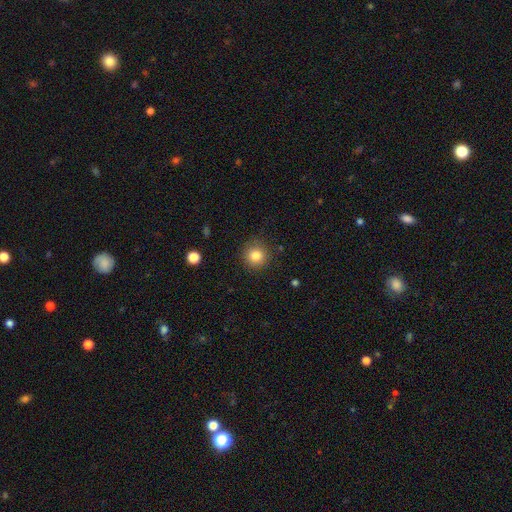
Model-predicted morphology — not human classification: Smooth or featured? Predicted: smooth (p=0.83). How rounded? Predicted: round (p=0.94). Merging? Predicted: none (p=0.88).